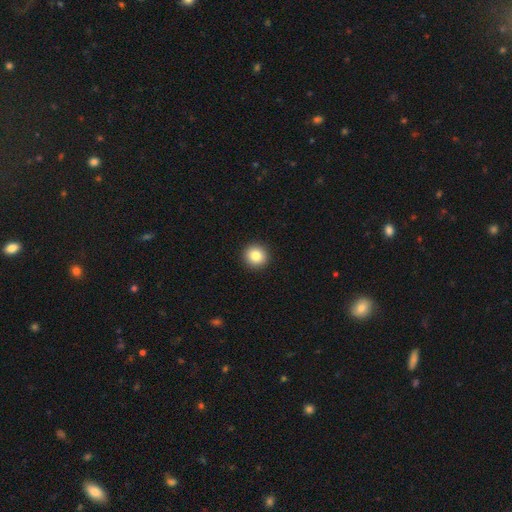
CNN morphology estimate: smooth 84%, star or artifact 9%, featured or disk 6%. Down the decision tree: how rounded — round (94%); merging — none (93%).